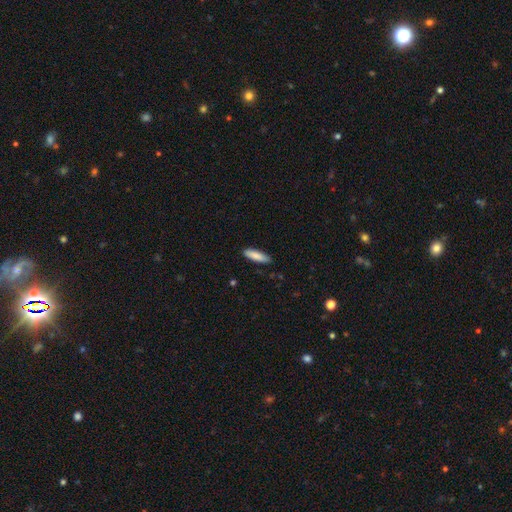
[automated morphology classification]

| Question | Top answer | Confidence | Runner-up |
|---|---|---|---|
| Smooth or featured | smooth | 86% | featured or disk (8%) |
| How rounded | cigar-shaped | 65% | in between (34%) |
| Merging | none | 87% | minor disturbance (10%) |